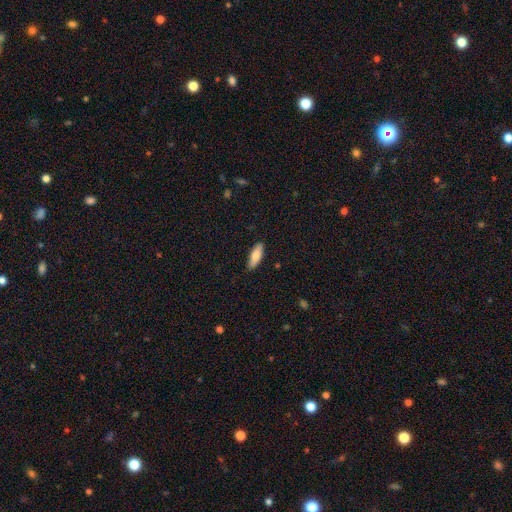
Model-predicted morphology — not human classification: smooth 81%, featured or disk 13%, star or artifact 6%. Down the decision tree: how rounded — in between (63%); merging — none (86%).